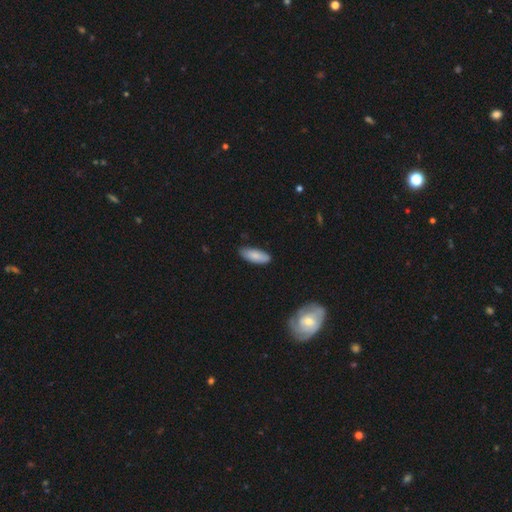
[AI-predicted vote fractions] smooth-or-featured: smooth: 83% | featured or disk: 11% | star or artifact: 6%
  how-rounded: in between: 73% | cigar-shaped: 25% | round: 2%
  merging: none: 83% | minor disturbance: 14% | major disturbance: 2% | merger: 1%